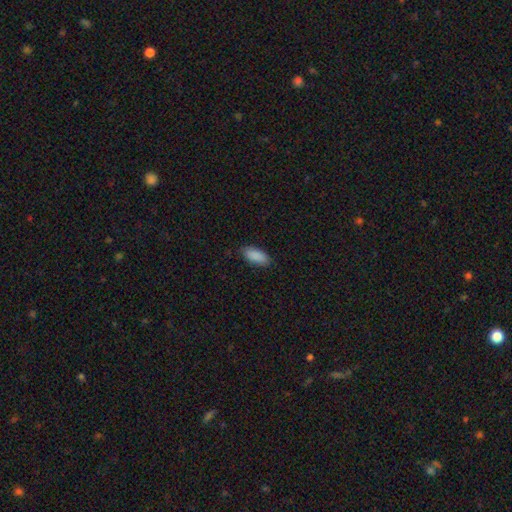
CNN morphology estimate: smooth_or_featured: smooth (p=0.90) [alt: star or artifact p=0.06]
how_rounded: in between (p=0.87) [alt: cigar-shaped p=0.11]
merging: none (p=0.86) [alt: minor disturbance p=0.11]